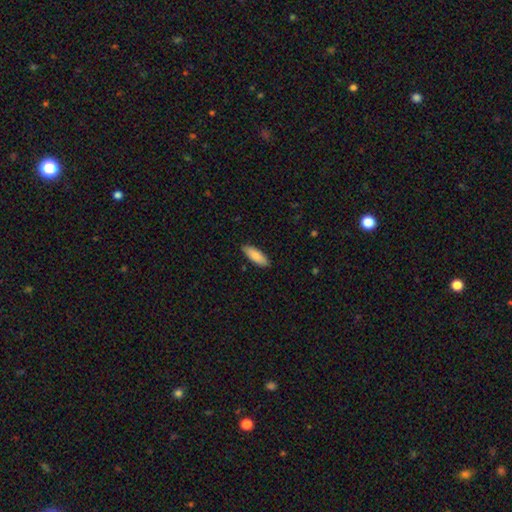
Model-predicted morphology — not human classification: smooth-or-featured: smooth: 86% | featured or disk: 9% | star or artifact: 6%
  how-rounded: in between: 65% | cigar-shaped: 34% | round: 2%
  merging: none: 87% | minor disturbance: 10% | major disturbance: 2% | merger: 1%